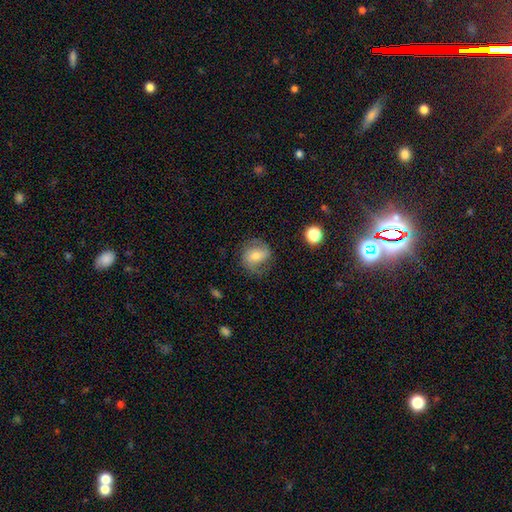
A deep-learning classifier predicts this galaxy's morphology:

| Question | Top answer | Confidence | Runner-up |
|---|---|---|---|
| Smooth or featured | featured or disk | 59% | smooth (32%) |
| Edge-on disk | no | 97% | yes (3%) |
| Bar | no | 41% | weak (40%) |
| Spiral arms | yes | 88% | no (12%) |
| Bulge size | moderate | 54% | small (36%) |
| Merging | none | 71% | minor disturbance (18%) |